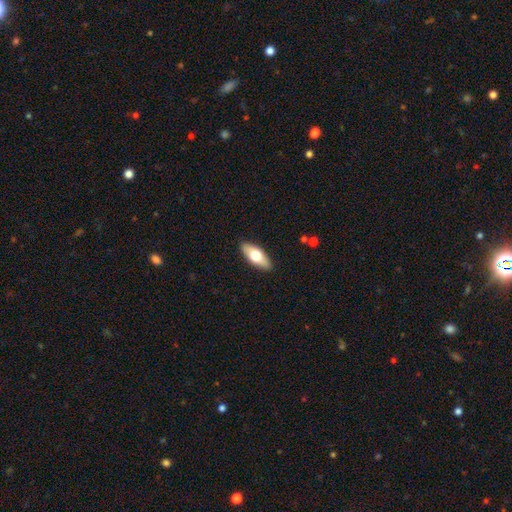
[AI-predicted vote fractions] smooth 62%, featured or disk 33%, star or artifact 6%. Down the decision tree: how rounded — in between (78%); merging — none (89%).